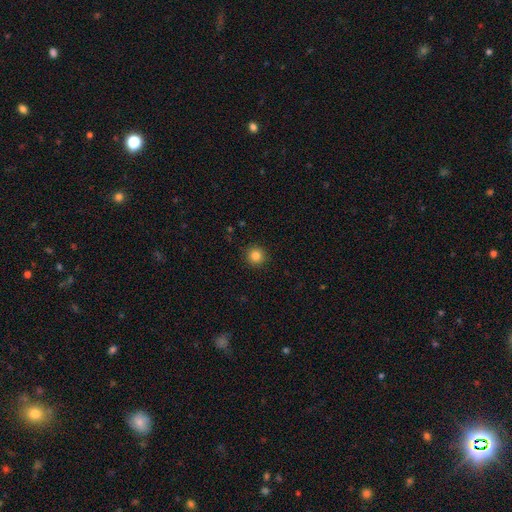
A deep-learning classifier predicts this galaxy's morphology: smooth 84%, star or artifact 11%, featured or disk 5%. Down the decision tree: how rounded — round (95%); merging — none (91%).